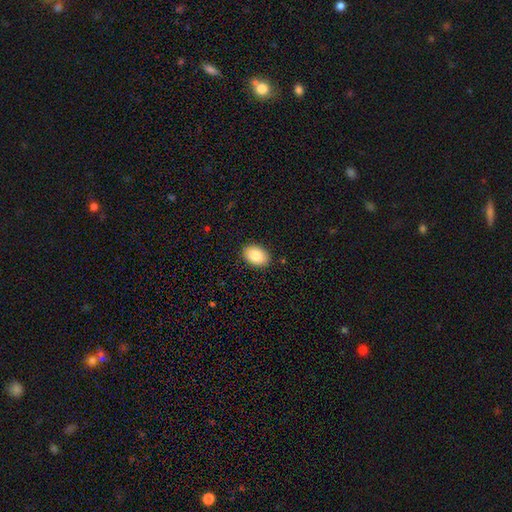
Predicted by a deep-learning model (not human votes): Smooth or featured? smooth (84%)
How rounded? in between (83%)
Merging? none (89%)